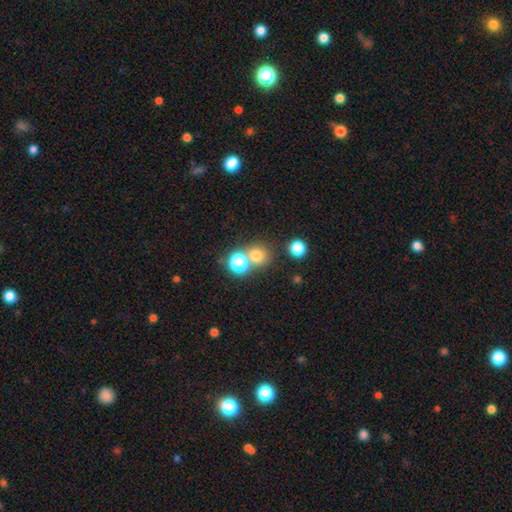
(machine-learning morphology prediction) Smooth or featured?
  - smooth: 70% *
  - star or artifact: 22%
  - featured or disk: 8%
How rounded?
  - round: 86% *
  - in between: 13%
  - cigar-shaped: 1%
Merging?
  - none: 64% *
  - merger: 25%
  - minor disturbance: 7%
  - major disturbance: 3%